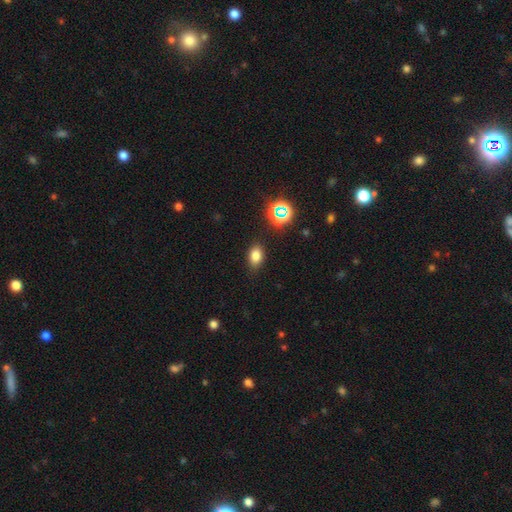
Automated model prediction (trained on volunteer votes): smooth_or_featured: smooth (p=0.78) [alt: star or artifact p=0.15]
how_rounded: in between (p=0.78) [alt: round p=0.21]
merging: none (p=0.84) [alt: minor disturbance p=0.11]